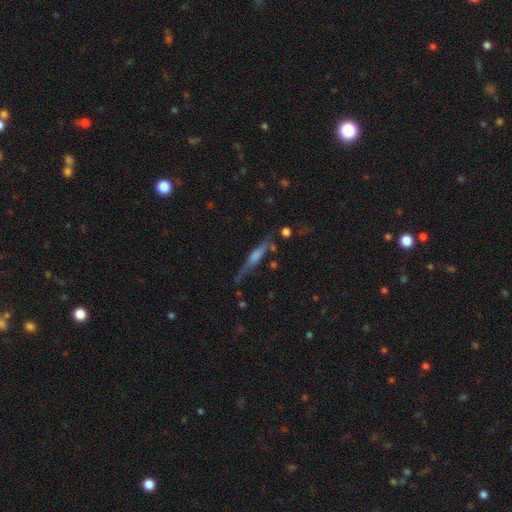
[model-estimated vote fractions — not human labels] A featured or disk galaxy (68%) viewed edge-on (94%) with a rounded central bulge (66%). Merging: none (76%).